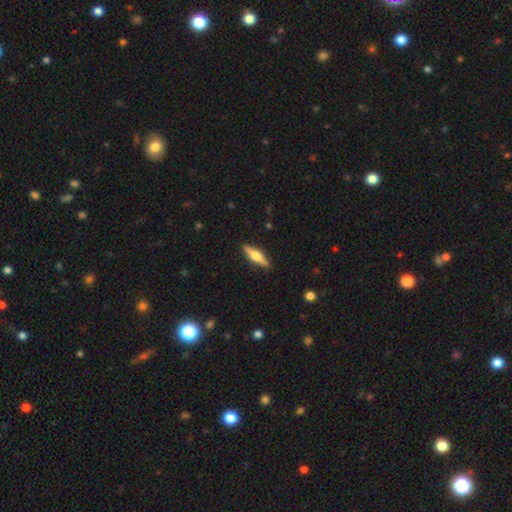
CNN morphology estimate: Smooth or featured: featured or disk — 57% (smooth — 37%)
Edge-on disk: yes — 96% (no — 4%)
Edge-on bulge: rounded — 92% (boxy — 5%)
Merging: none — 90% (minor disturbance — 8%)